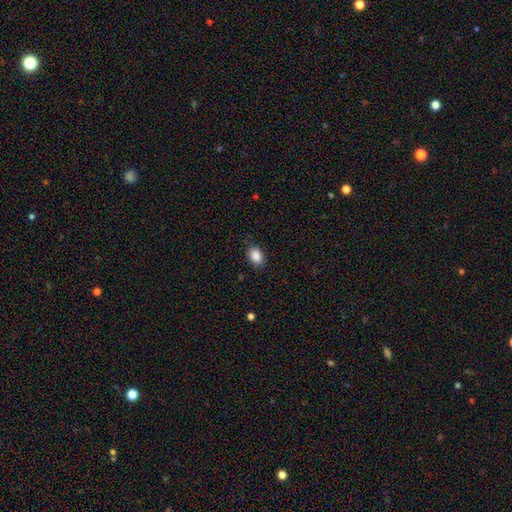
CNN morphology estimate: smooth_or_featured: smooth (p=0.87) [alt: star or artifact p=0.08]
how_rounded: in between (p=0.78) [alt: round p=0.20]
merging: none (p=0.84) [alt: minor disturbance p=0.12]